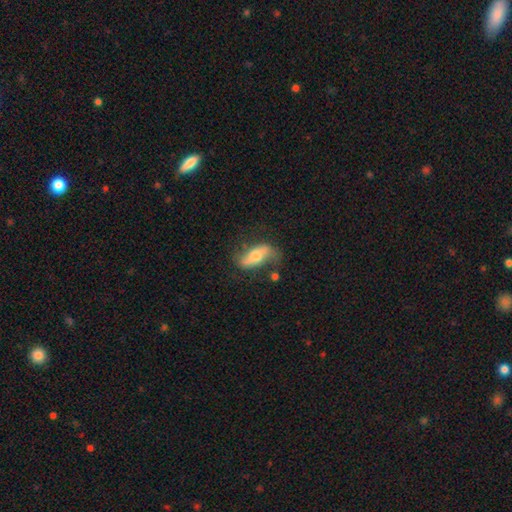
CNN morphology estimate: Smooth or featured? Predicted: featured or disk (p=0.61). Edge-on disk? Predicted: no (p=0.81). Merging? Predicted: none (p=0.60).